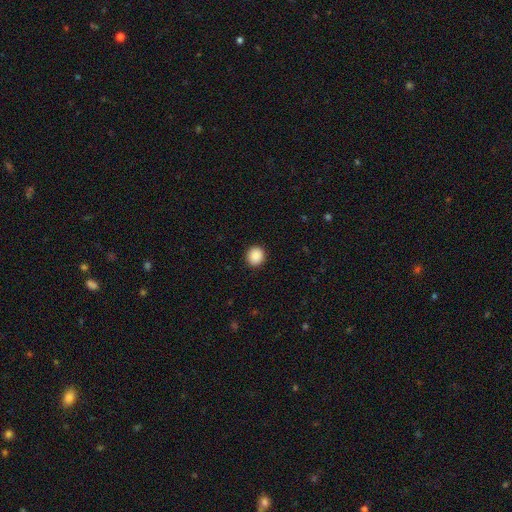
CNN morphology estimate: This appears to be a smooth galaxy with no disk features (90%) that is round (89%). Merging: none (92%).